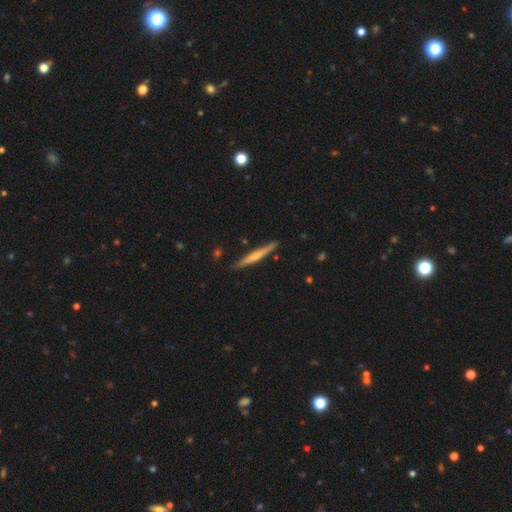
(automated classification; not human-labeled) Smooth or featured? Predicted: featured or disk (p=0.53). Edge-on disk? Predicted: yes (p=0.97). Edge-on bulge? Predicted: rounded (p=0.56). Merging? Predicted: none (p=0.88).